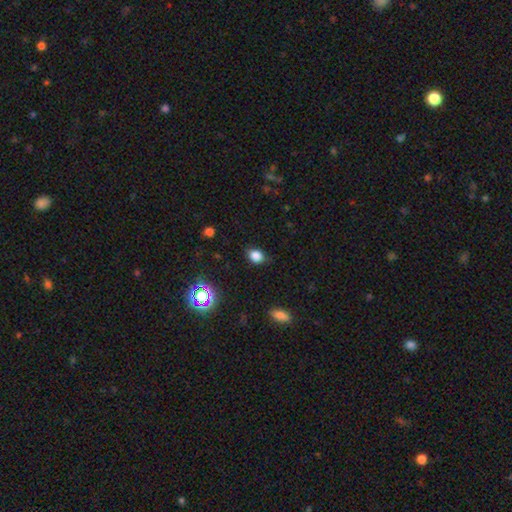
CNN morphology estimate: Smooth or featured: smooth — 80% (star or artifact — 14%)
How rounded: in between — 61% (round — 38%)
Merging: none — 80% (minor disturbance — 16%)